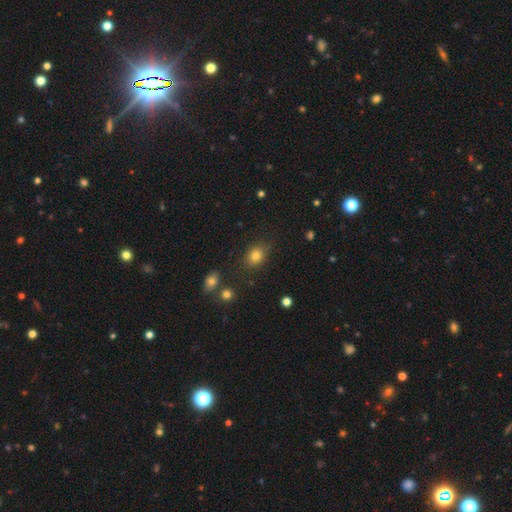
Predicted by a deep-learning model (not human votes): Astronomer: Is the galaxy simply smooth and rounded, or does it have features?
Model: smooth — 81%.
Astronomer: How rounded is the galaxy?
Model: in between — 53% (runner-up: round, 45%).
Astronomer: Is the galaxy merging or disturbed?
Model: none — 78%.